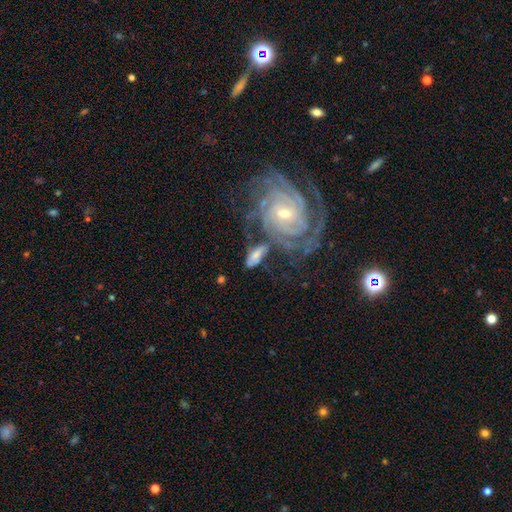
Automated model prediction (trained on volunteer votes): Overall: featured or disk (65%; smooth 27%). Edge-on disk: no (92%). Bar: no (44%; weak 36%). Spiral arms: yes (89%). Spiral arm count: can't tell (32%; 2 30%). Spiral winding: tight (66%). Bulge size: small (51%; moderate 41%). Merging: none (41%; merger 25%).